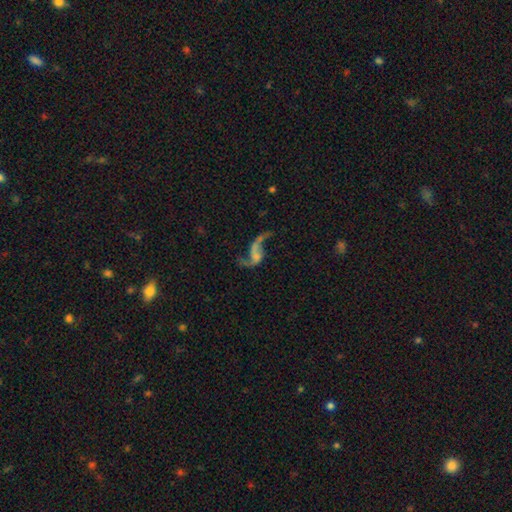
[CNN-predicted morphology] This appears to be a featured or disk galaxy (80%) with no bar (55%), 2 (86%) loose (91%) spiral arms (89%) and no central bulge (58%). Merging: none (45%).